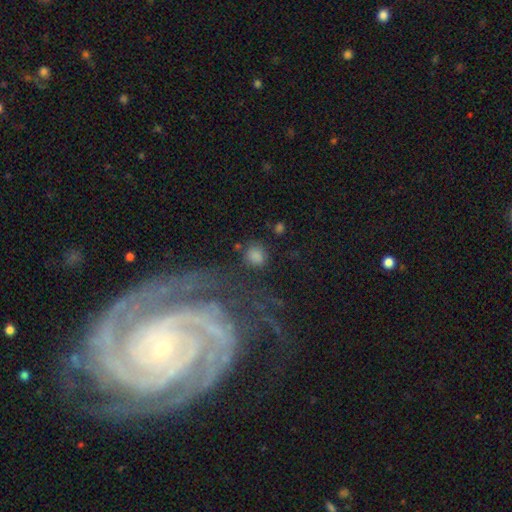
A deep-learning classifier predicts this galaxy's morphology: Overall: smooth (77%). How rounded: round (72%). Merging: none (74%).